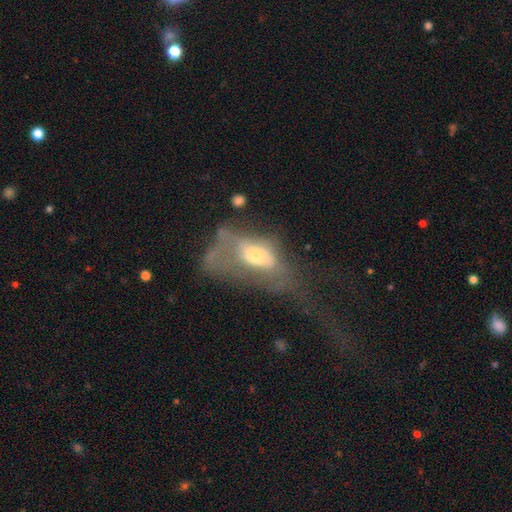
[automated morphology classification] smooth 47%, featured or disk 43%, star or artifact 10%. Down the decision tree: merging — major disturbance (62%).